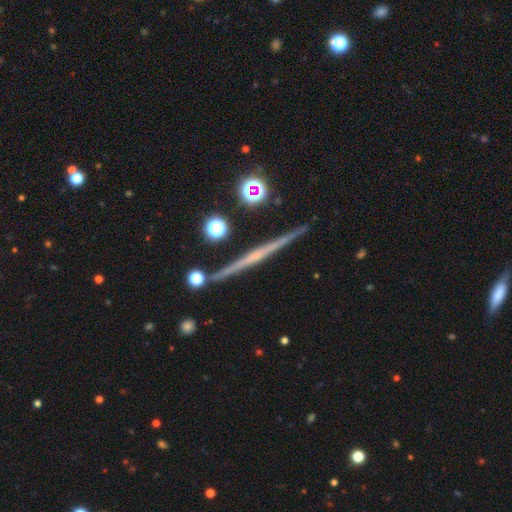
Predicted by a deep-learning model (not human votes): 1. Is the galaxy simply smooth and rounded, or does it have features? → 73% featured or disk, 18% smooth, 8% star or artifact.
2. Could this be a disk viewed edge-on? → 98% yes, 2% no.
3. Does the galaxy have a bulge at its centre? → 66% none, 26% rounded, 8% boxy.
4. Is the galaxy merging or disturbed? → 89% none, 7% minor disturbance, 2% merger, 2% major disturbance.